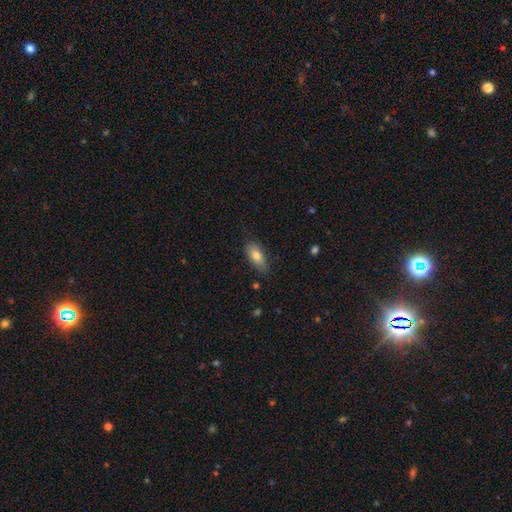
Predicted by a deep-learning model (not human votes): Morphology: type=smooth (79%); roundness=in between (86%); merging=none (74%).